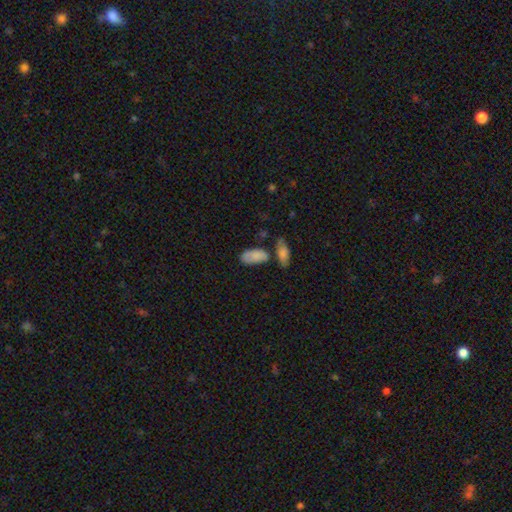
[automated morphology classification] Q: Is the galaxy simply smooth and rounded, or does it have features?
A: smooth — 83%.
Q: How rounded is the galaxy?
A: in between — 92%.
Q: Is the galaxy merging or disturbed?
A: none — 50%.